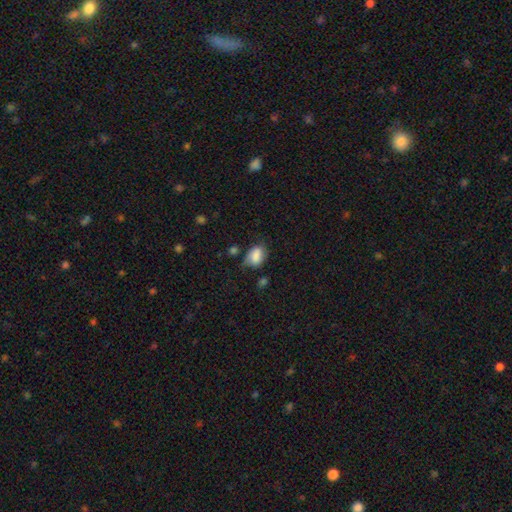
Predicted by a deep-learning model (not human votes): Smooth or featured? smooth (78%)
How rounded? in between (79%)
Merging? none (50%)